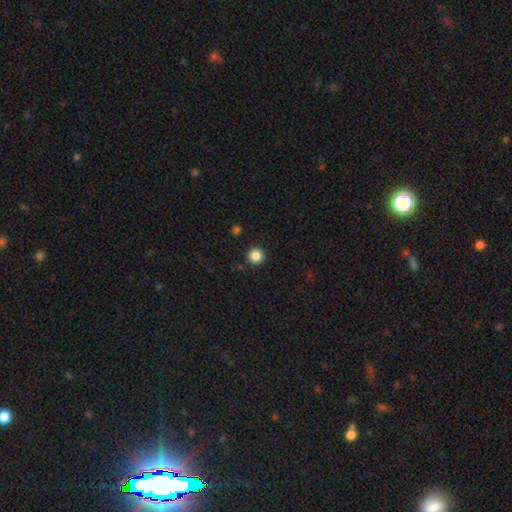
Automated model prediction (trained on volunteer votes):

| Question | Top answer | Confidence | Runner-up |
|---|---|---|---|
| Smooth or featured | smooth | 86% | star or artifact (11%) |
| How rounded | round | 96% | in between (3%) |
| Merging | none | 91% | minor disturbance (6%) |